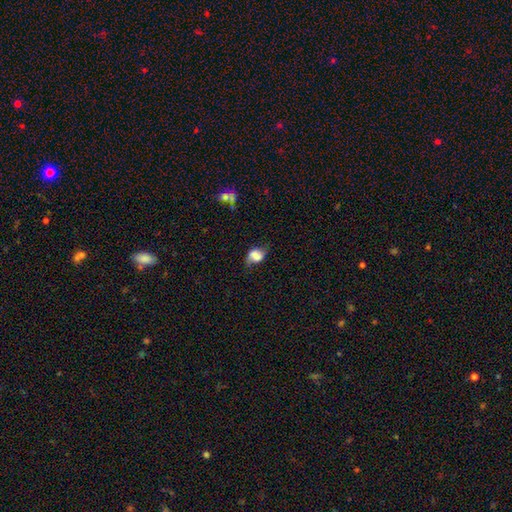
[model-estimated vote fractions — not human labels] Morphology: type=smooth (55%); roundness=in between (73%); merging=none (44%).